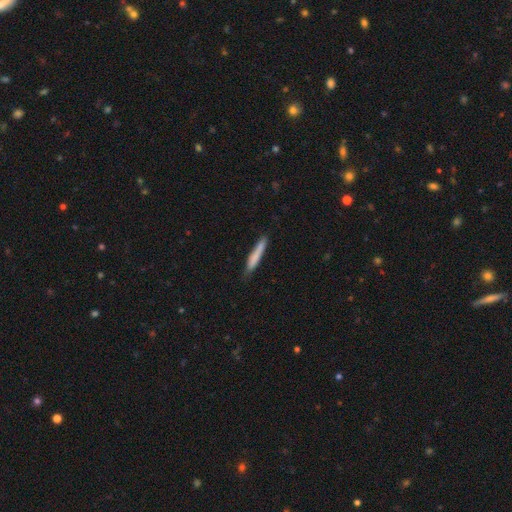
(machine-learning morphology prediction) Smooth or featured?
  - smooth: 76% *
  - featured or disk: 18%
  - star or artifact: 6%
How rounded?
  - cigar-shaped: 94% *
  - in between: 5%
  - round: 1%
Merging?
  - none: 79% *
  - minor disturbance: 17%
  - major disturbance: 3%
  - merger: 2%